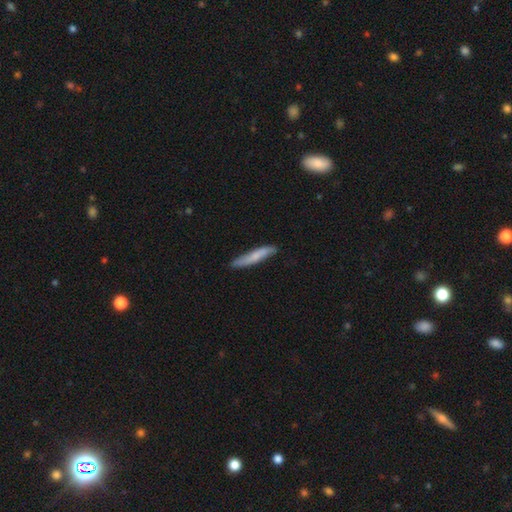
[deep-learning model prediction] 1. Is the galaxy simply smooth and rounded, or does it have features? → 67% smooth, 28% featured or disk, 5% star or artifact.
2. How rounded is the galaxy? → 90% cigar-shaped, 9% in between, 1% round.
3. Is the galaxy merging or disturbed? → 83% none, 14% minor disturbance, 2% major disturbance, 1% merger.